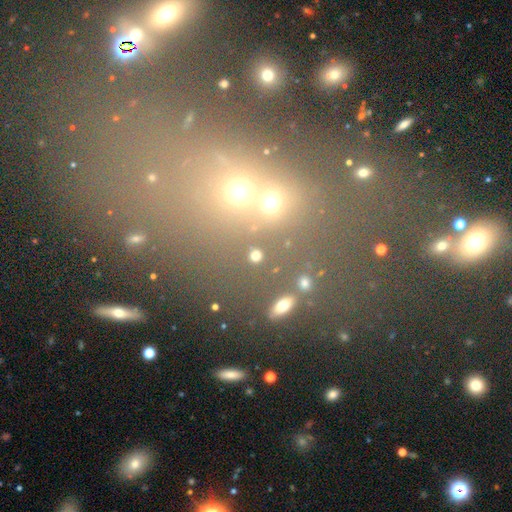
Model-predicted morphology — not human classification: smooth_or_featured: smooth (p=0.70) [alt: star or artifact p=0.20]
how_rounded: round (p=0.73) [alt: in between p=0.24]
merging: none (p=0.71) [alt: merger p=0.18]